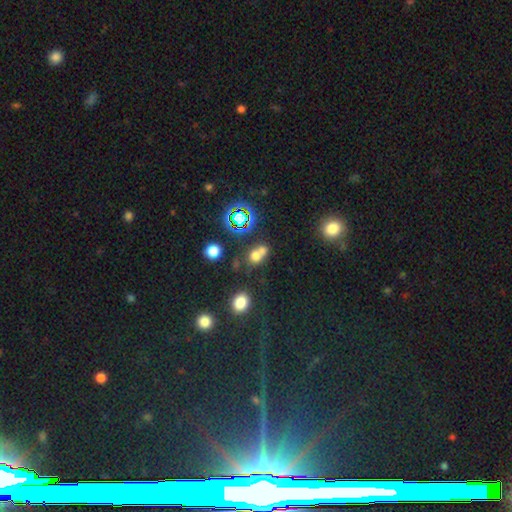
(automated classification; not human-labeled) Smooth or featured? smooth (61%)
How rounded? round (63%)
Merging? merger (51%)